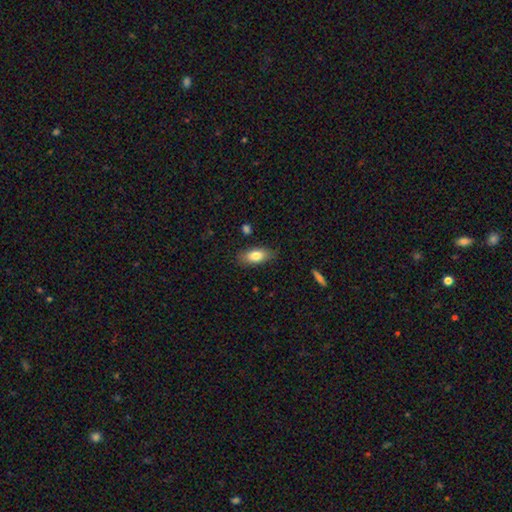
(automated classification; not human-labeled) smooth 80%, featured or disk 13%, star or artifact 7%. Down the decision tree: how rounded — in between (84%); merging — none (81%).